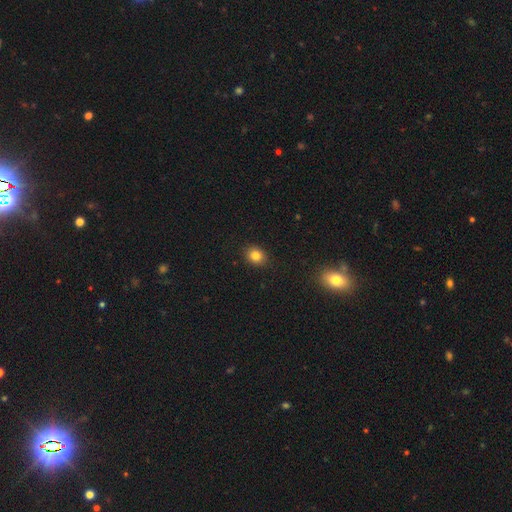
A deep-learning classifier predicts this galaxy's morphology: This is clearly a smooth galaxy (82%). How rounded: likely round (62%). Merging: clearly none (90%).